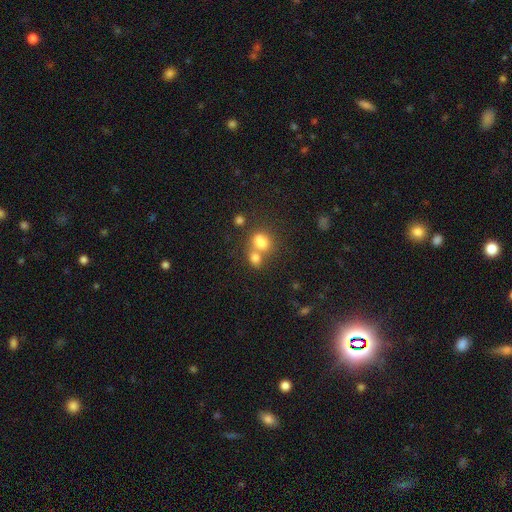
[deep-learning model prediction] A smooth galaxy with no disk features (69%) that is round (62%). Merging: merger (52%).